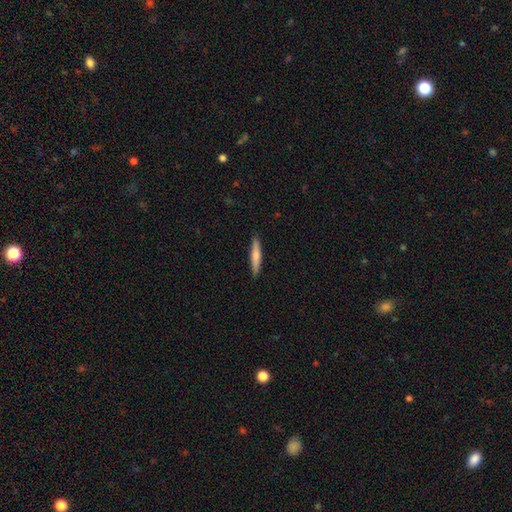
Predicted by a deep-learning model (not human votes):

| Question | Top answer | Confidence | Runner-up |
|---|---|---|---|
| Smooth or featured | smooth | 65% | featured or disk (30%) |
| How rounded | cigar-shaped | 92% | in between (7%) |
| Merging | none | 91% | minor disturbance (7%) |